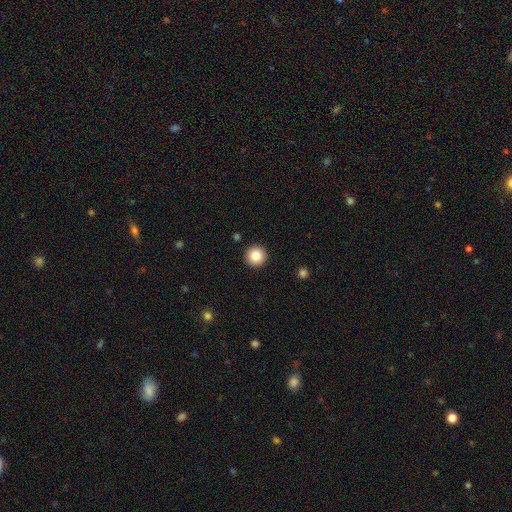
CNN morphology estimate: Smooth or featured? smooth (85%)
How rounded? round (96%)
Merging? none (93%)